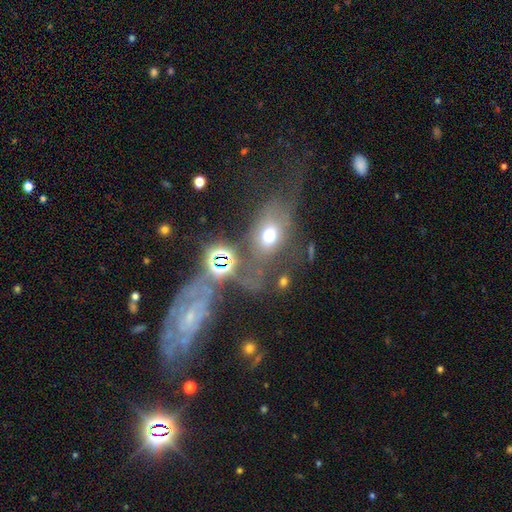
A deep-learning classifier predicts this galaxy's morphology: This appears to be a featured or disk galaxy (47%). Merging: none (39%).